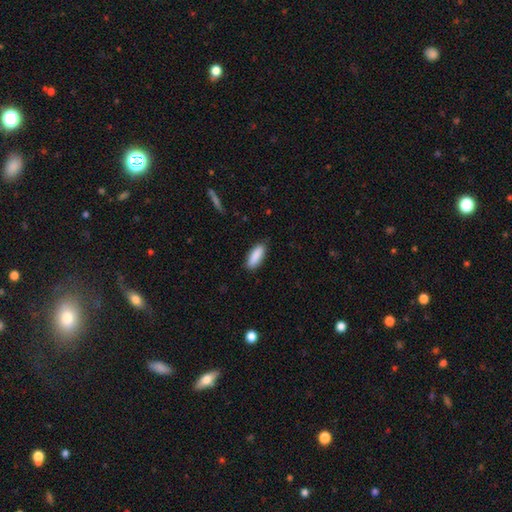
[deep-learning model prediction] Smooth or featured: smooth — 89% (star or artifact — 6%)
How rounded: in between — 65% (cigar-shaped — 33%)
Merging: none — 85% (minor disturbance — 12%)